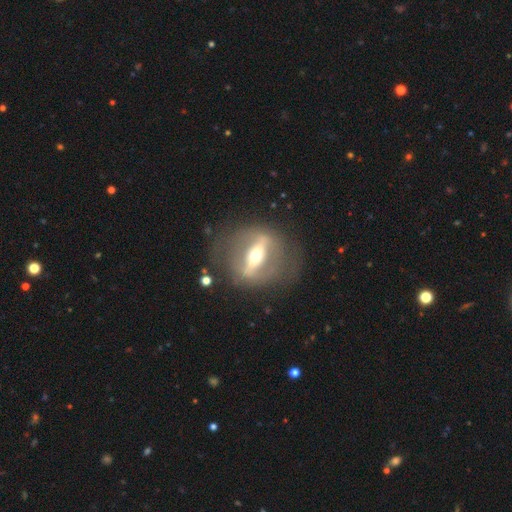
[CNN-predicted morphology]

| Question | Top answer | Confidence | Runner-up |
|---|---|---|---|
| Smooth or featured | featured or disk | 80% | smooth (14%) |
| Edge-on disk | no | 58% | yes (42%) |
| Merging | none | 74% | minor disturbance (13%) |